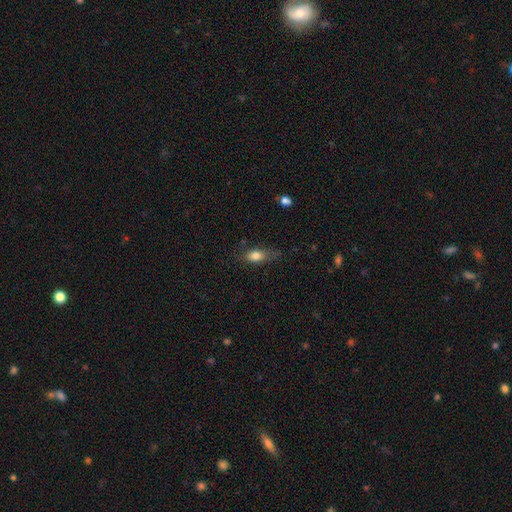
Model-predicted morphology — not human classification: Smooth or featured? Predicted: smooth (p=0.77). How rounded? Predicted: in between (p=0.74). Merging? Predicted: none (p=0.53).